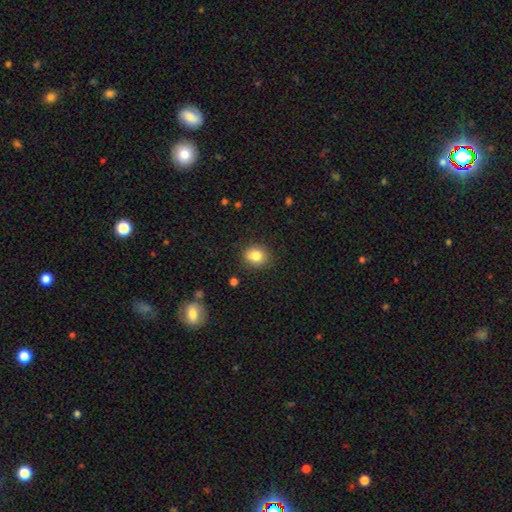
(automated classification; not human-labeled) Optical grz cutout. It shows a smooth galaxy with no disk features (83%) that is round (64%). Merging: none (87%).